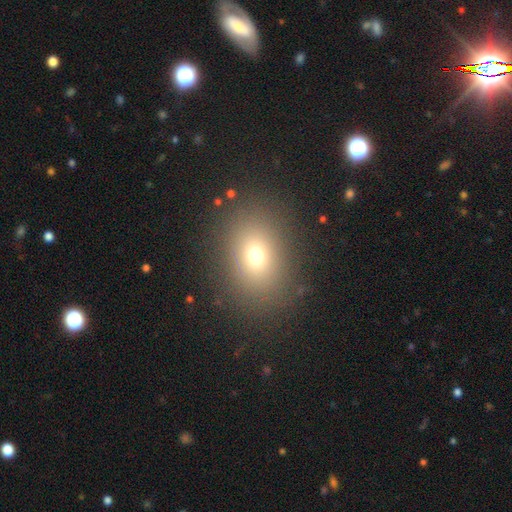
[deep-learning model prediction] Overall: smooth (70%). How rounded: in between (58%; round 41%). Merging: none (86%).